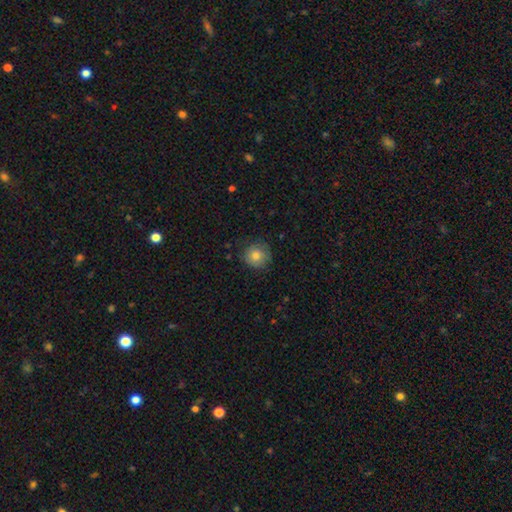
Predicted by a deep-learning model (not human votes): This is likely a smooth galaxy (77%). How rounded: clearly round (91%). Merging: likely none (77%).